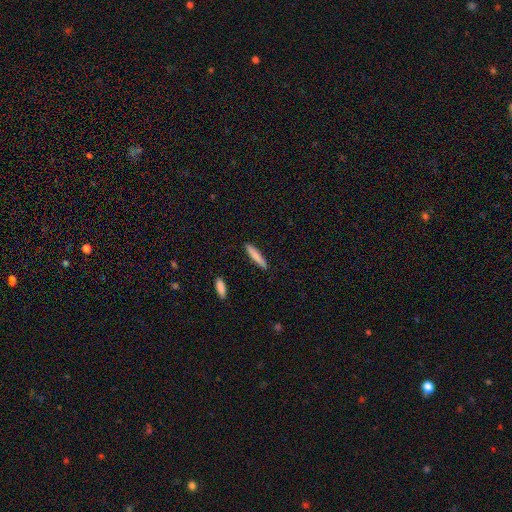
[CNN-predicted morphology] type=smooth (79%); roundness=cigar-shaped (91%); merging=none (90%).